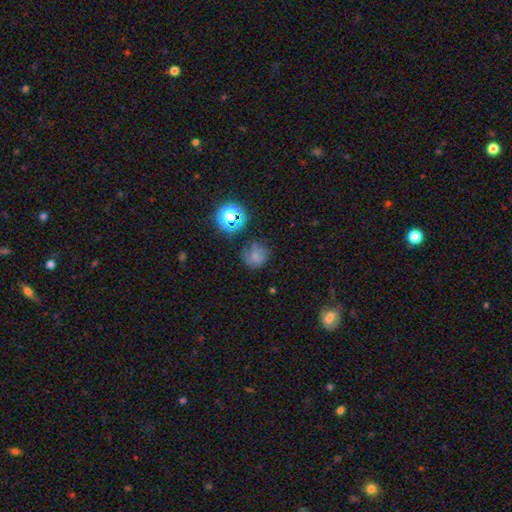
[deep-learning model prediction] smooth-or-featured: smooth: 63% | star or artifact: 23% | featured or disk: 14%
  how-rounded: round: 86% | in between: 13% | cigar-shaped: 1%
  merging: none: 65% | minor disturbance: 21% | major disturbance: 10% | merger: 4%